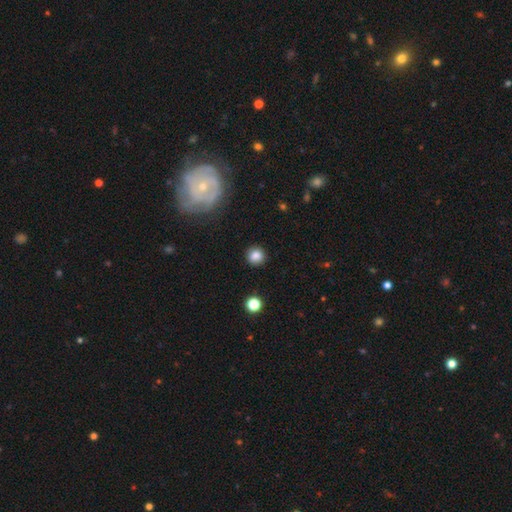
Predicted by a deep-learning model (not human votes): smooth-or-featured: smooth: 84% | star or artifact: 11% | featured or disk: 5%
  how-rounded: round: 90% | in between: 9% | cigar-shaped: 1%
  merging: none: 90% | minor disturbance: 7% | major disturbance: 2% | merger: 1%